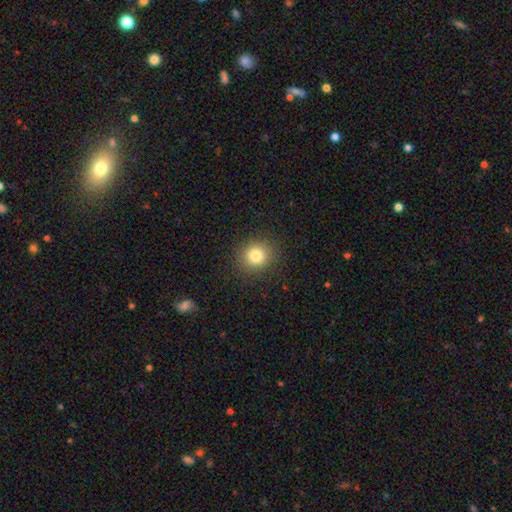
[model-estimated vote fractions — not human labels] smooth 81%, star or artifact 12%, featured or disk 7%. Down the decision tree: how rounded — round (85%); merging — none (89%).